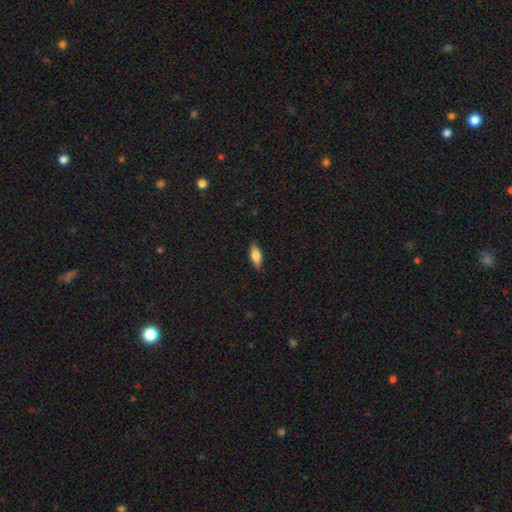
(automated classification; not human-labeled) Smooth or featured? Predicted: smooth (p=0.76). How rounded? Predicted: in between (p=0.74). Merging? Predicted: none (p=0.86).